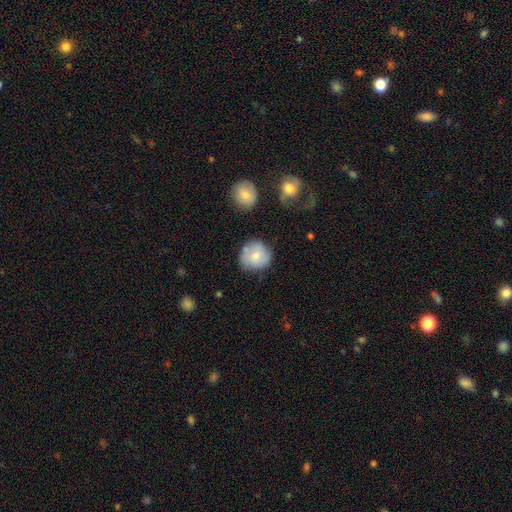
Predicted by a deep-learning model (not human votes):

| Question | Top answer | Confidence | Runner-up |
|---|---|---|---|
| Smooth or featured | smooth | 74% | featured or disk (19%) |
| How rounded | round | 91% | in between (8%) |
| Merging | none | 73% | minor disturbance (17%) |